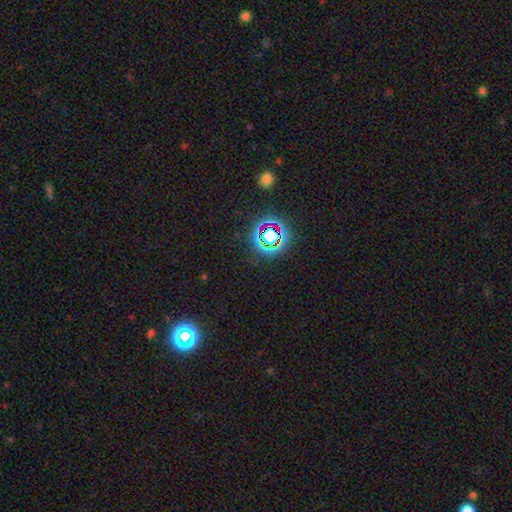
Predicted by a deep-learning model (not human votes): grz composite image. It shows a star or artifact, not a galaxy (75%).